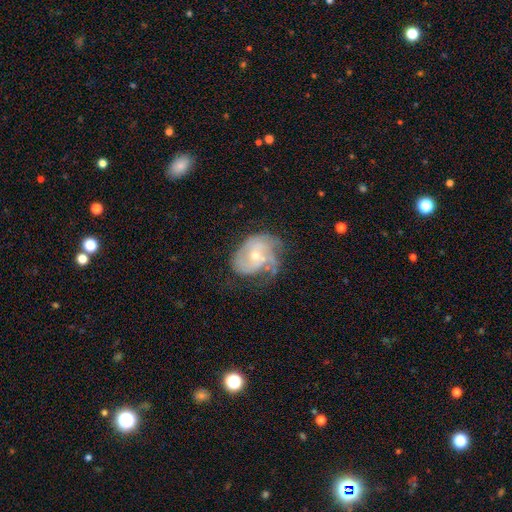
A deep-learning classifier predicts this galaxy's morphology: The model was most divided on "spiral arm count" (2-way tie): can't tell: 28%, 2: 28%, 3: 25%, 1: 9%, 4: 6%, more than 4: 4%. Remaining: edge-on disk — no (97%); spiral arms — yes (90%); smooth or featured — featured or disk (79%); bar — no (68%); bulge size — small (53%); merging — none (45%); spiral winding — tight (44%).